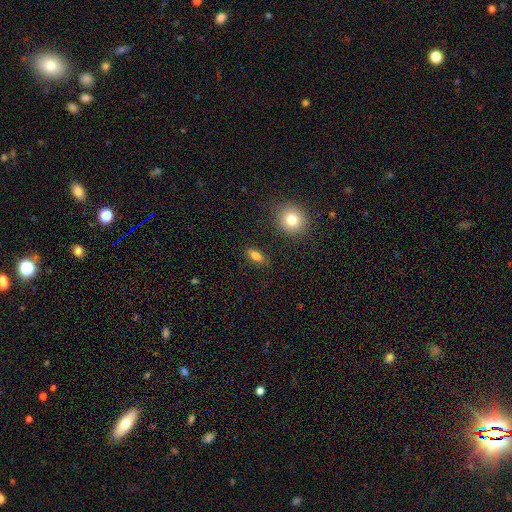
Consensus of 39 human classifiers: smooth_or_featured: smooth (p=0.85) [alt: featured or disk p=0.10]
how_rounded: in between (p=0.70) [alt: cigar-shaped p=0.21]
merging: none (p=0.89) [alt: minor disturbance p=0.05]